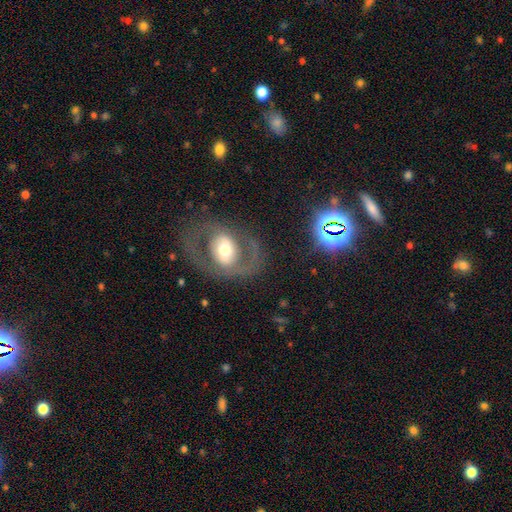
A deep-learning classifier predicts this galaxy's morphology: Smooth or featured? featured or disk (72%)
Edge-on disk? no (95%)
Bar? weak (37%)
Spiral arms? yes (69%)
Bulge size? moderate (61%)
Merging? none (75%)